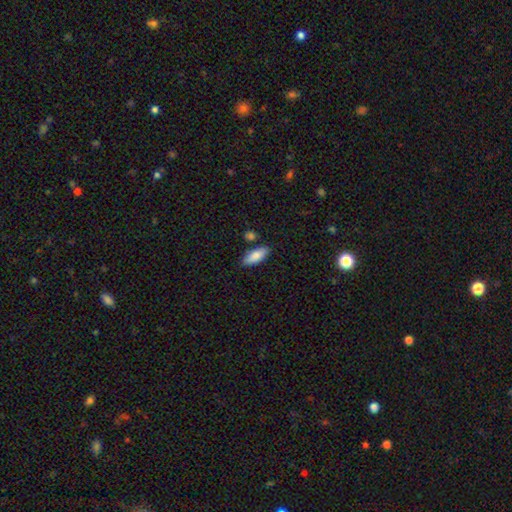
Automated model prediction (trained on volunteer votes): smooth-or-featured: smooth: 86% | featured or disk: 8% | star or artifact: 6%
  how-rounded: in between: 77% | cigar-shaped: 21% | round: 2%
  merging: none: 80% | minor disturbance: 12% | merger: 6% | major disturbance: 2%